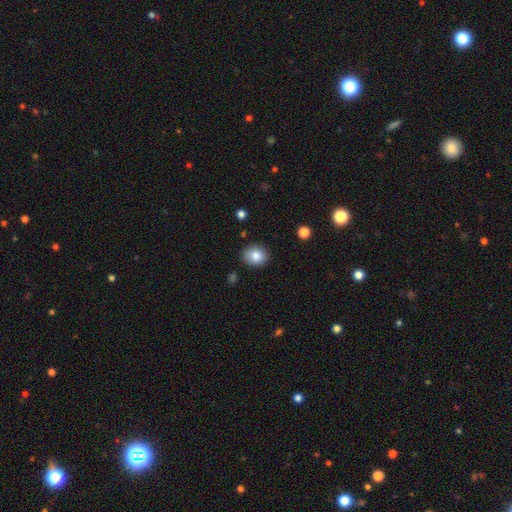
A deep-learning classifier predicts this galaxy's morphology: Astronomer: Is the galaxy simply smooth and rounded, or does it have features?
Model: smooth — 84%.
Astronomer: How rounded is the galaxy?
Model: round — 61% (runner-up: in between, 38%).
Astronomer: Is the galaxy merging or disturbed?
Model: none — 87%.